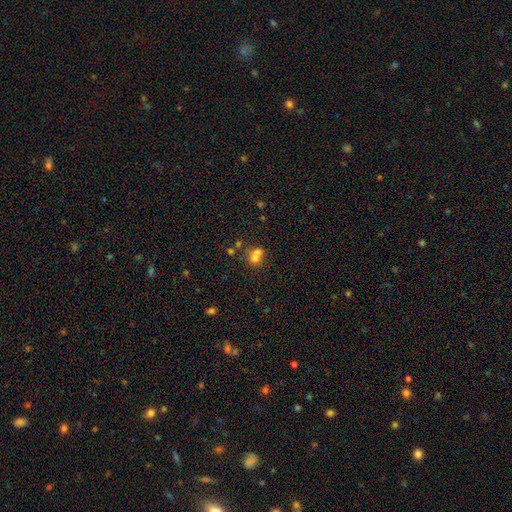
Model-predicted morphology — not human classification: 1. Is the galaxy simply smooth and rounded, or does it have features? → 66% smooth, 18% featured or disk, 16% star or artifact.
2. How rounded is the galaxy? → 69% round, 30% in between, 1% cigar-shaped.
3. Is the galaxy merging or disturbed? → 61% merger, 29% none, 6% minor disturbance, 4% major disturbance.